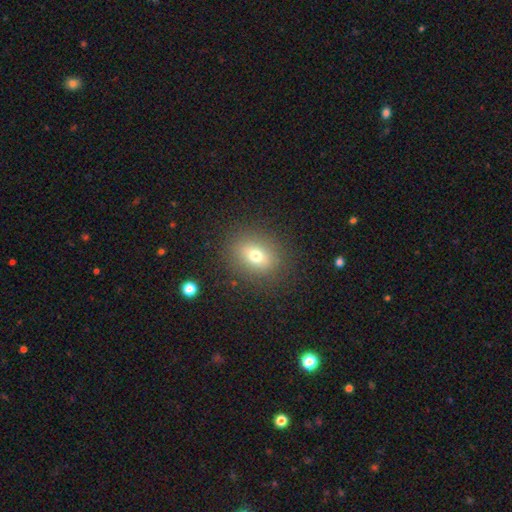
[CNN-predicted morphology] A smooth galaxy with no disk features (70%) that is round (53%).

Vote fractions:
- Smooth or featured? smooth: 70% / featured or disk: 15% / star or artifact: 14%
- How rounded? round: 53% / in between: 46% / cigar-shaped: 1%
- Merging? none: 85% / minor disturbance: 9% / major disturbance: 4% / merger: 1%